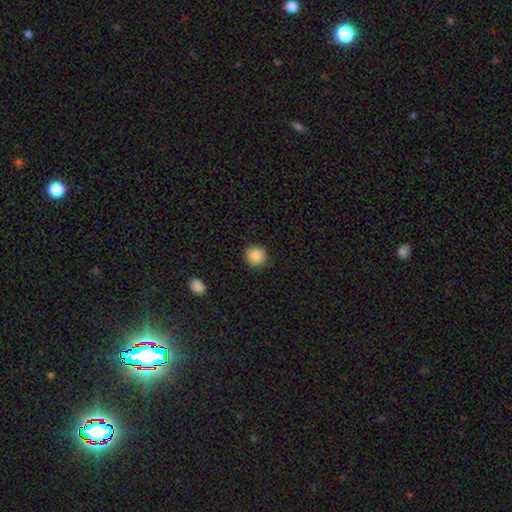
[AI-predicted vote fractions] Q: Smooth or featured?
A: smooth (88%); runner-up: star or artifact (9%)
Q: How rounded?
A: round (88%); runner-up: in between (11%)
Q: Merging?
A: none (88%); runner-up: minor disturbance (9%)